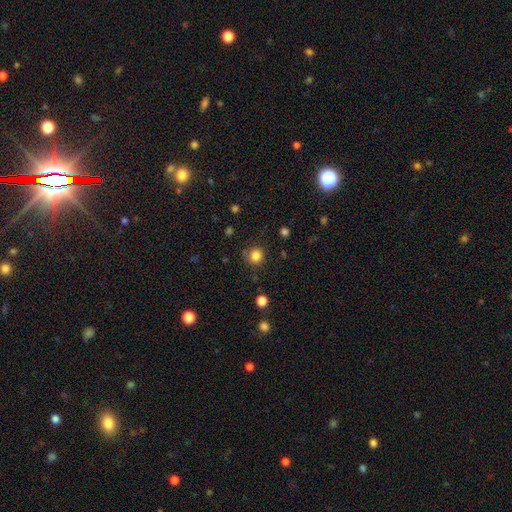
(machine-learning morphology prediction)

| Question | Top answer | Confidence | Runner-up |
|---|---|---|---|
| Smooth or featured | smooth | 83% | star or artifact (12%) |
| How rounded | round | 92% | in between (7%) |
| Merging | none | 83% | minor disturbance (11%) |